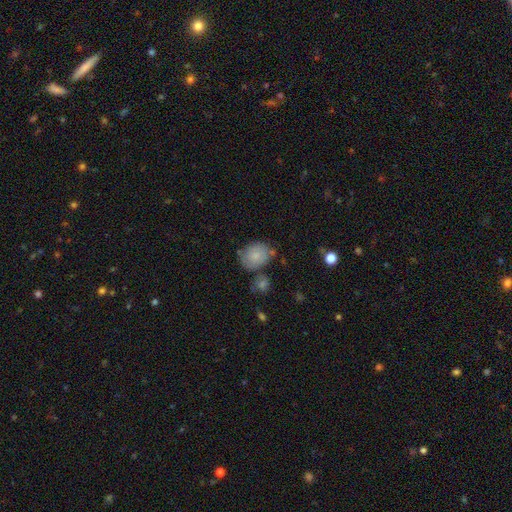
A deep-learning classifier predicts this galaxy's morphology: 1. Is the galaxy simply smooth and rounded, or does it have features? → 79% smooth, 13% featured or disk, 8% star or artifact.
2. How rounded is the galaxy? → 58% round, 41% in between, 1% cigar-shaped.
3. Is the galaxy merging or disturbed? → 63% none, 20% minor disturbance, 11% merger, 6% major disturbance.